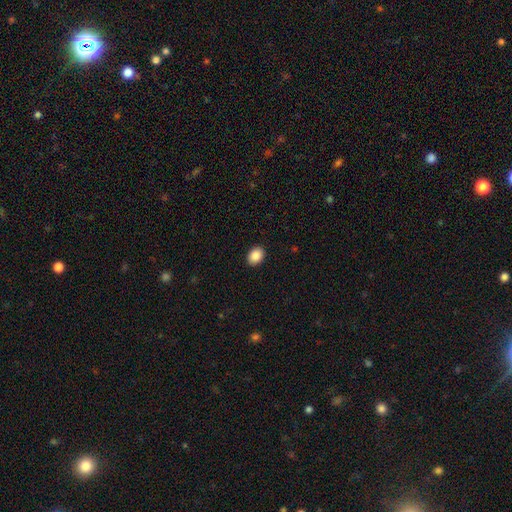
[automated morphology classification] The model was most divided on "how rounded": in between: 66%, round: 33%, cigar-shaped: 1%. More confident: merging — none (91%); smooth or featured — smooth (88%).